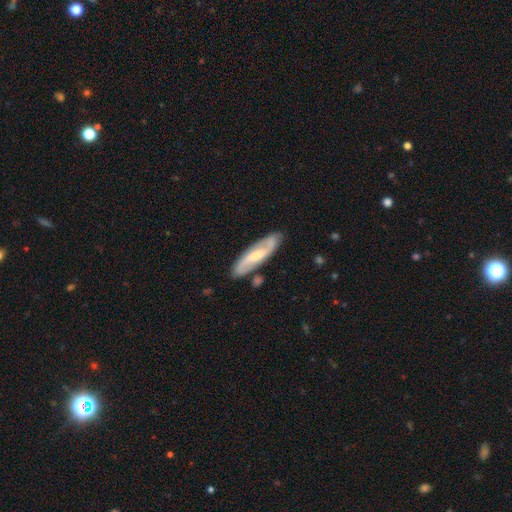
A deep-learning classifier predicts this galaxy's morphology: This appears to be a featured or disk galaxy (72%) with a weak bar (46%), 2 (87%) medium (46%) spiral arms (92%) and a moderate central bulge (45%). Merging: none (81%).